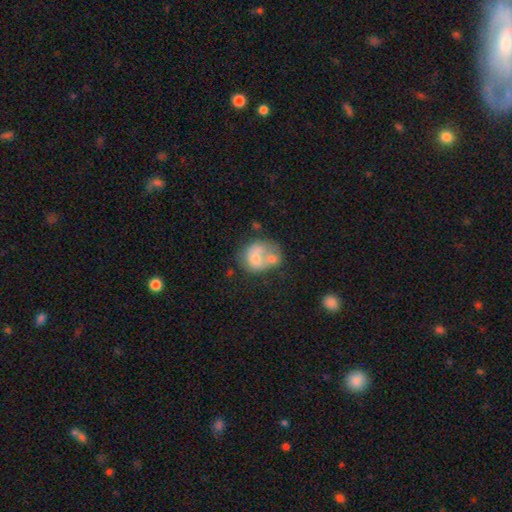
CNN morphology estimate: smooth-or-featured: smooth: 57% | featured or disk: 34% | star or artifact: 10%
  how-rounded: round: 55% | in between: 44% | cigar-shaped: 1%
  merging: merger: 54% | none: 22% | minor disturbance: 12% | major disturbance: 12%